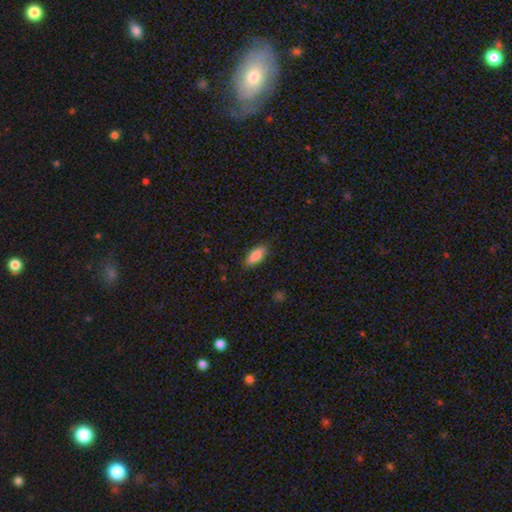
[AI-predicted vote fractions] smooth_or_featured: smooth (p=0.87) [alt: featured or disk p=0.07]
how_rounded: in between (p=0.84) [alt: cigar-shaped p=0.13]
merging: none (p=0.84) [alt: minor disturbance p=0.12]